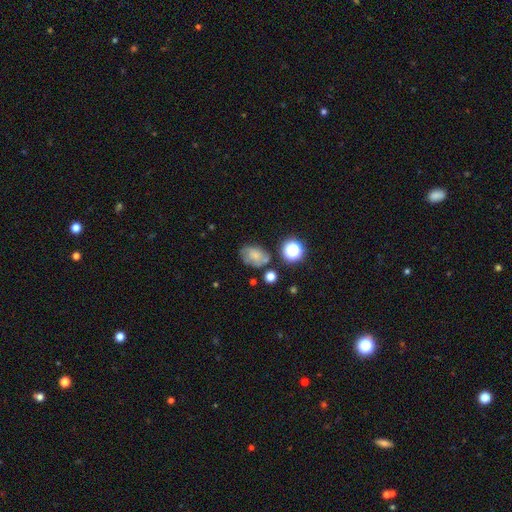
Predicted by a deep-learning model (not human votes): A smooth galaxy with no disk features (57%) that is in between round and cigar-shaped (73%).

Vote fractions:
- Smooth or featured? smooth: 57% / featured or disk: 28% / star or artifact: 15%
- How rounded? in between: 73% / round: 26% / cigar-shaped: 1%
- Merging? none: 55% / minor disturbance: 25% / major disturbance: 10% / merger: 10%